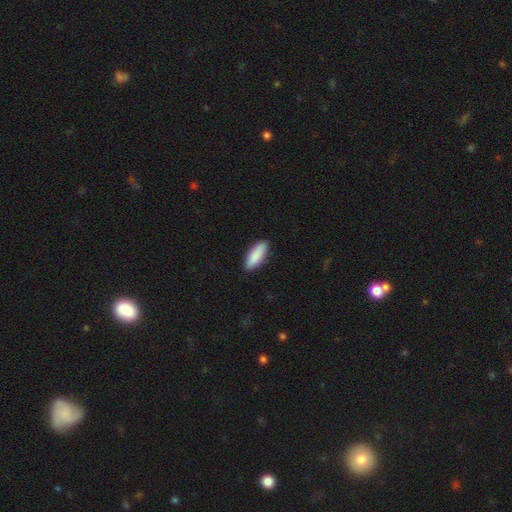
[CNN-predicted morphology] This is clearly a smooth galaxy (89%). How rounded: likely in between (69%). Merging: clearly none (86%).